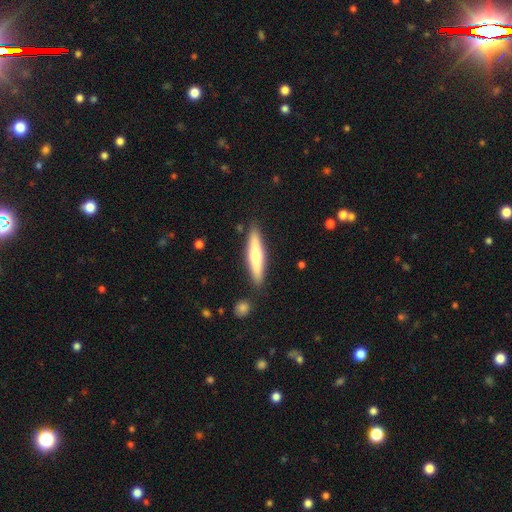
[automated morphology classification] Q: Smooth or featured?
A: smooth (52%); runner-up: featured or disk (43%)
Q: How rounded?
A: cigar-shaped (84%); runner-up: in between (15%)
Q: Merging?
A: none (87%); runner-up: minor disturbance (8%)